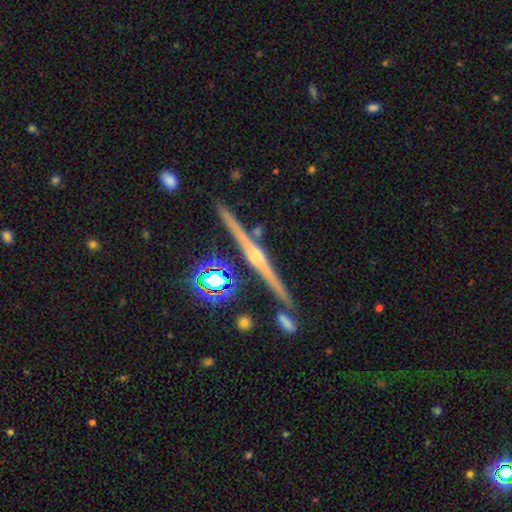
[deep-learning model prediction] Smooth or featured: featured or disk — 85% (star or artifact — 8%)
Edge-on disk: yes — 98% (no — 2%)
Edge-on bulge: rounded — 87% (none — 8%)
Merging: none — 87% (minor disturbance — 7%)